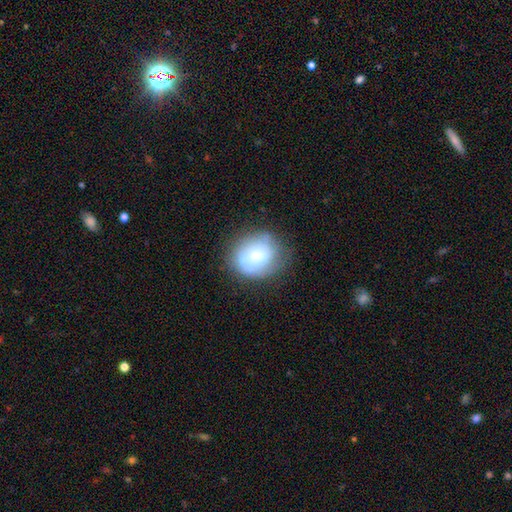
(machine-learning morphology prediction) Q: Smooth or featured?
A: smooth (53%); runner-up: featured or disk (38%)
Q: How rounded?
A: round (67%); runner-up: in between (32%)
Q: Merging?
A: none (59%); runner-up: minor disturbance (23%)